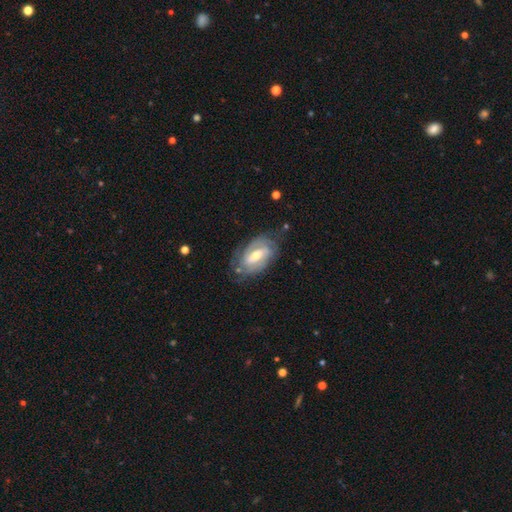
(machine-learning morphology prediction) Q: Smooth or featured?
A: featured or disk (80%); runner-up: smooth (15%)
Q: Edge-on disk?
A: no (94%); runner-up: yes (6%)
Q: Bar?
A: weak (44%); runner-up: strong (35%)
Q: Spiral arms?
A: yes (89%); runner-up: no (11%)
Q: Spiral winding?
A: tight (59%); runner-up: medium (31%)
Q: Spiral arm count?
A: 2 (50%); runner-up: can't tell (29%)
Q: Bulge size?
A: moderate (57%); runner-up: small (37%)
Q: Merging?
A: none (70%); runner-up: minor disturbance (20%)